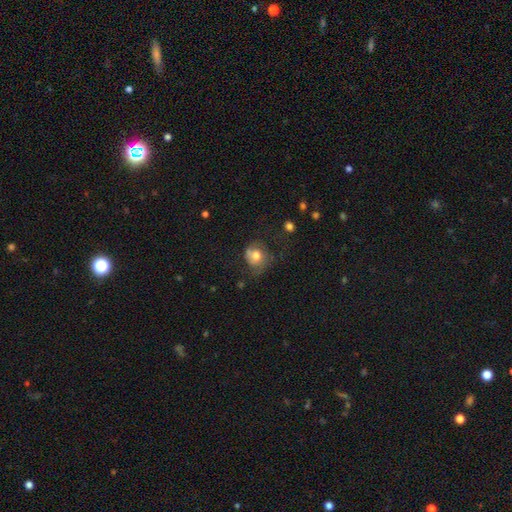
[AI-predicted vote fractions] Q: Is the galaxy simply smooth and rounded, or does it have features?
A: smooth — 69%.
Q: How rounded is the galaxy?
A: round — 75%.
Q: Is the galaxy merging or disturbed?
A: none — 51%.